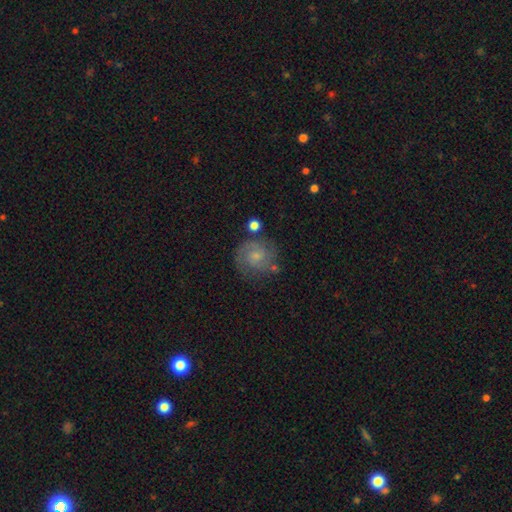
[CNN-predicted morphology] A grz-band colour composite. It shows a featured or disk galaxy (51%) with no bar (70%), spiral arms (84%) and a small central bulge (66%). Merging: none (66%).